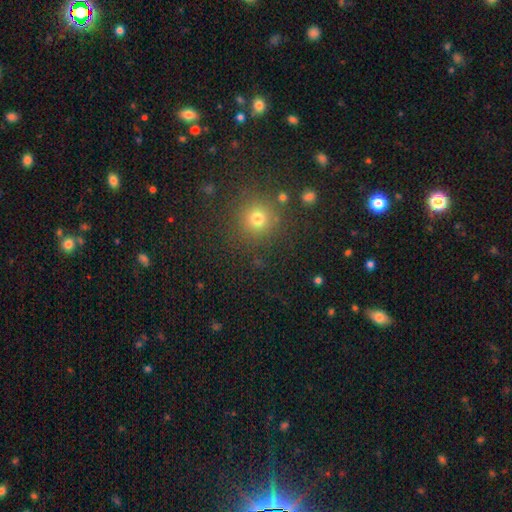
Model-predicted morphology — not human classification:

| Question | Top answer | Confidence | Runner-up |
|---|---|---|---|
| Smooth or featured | smooth | 57% | star or artifact (36%) |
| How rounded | round | 94% | in between (5%) |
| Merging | none | 89% | minor disturbance (6%) |